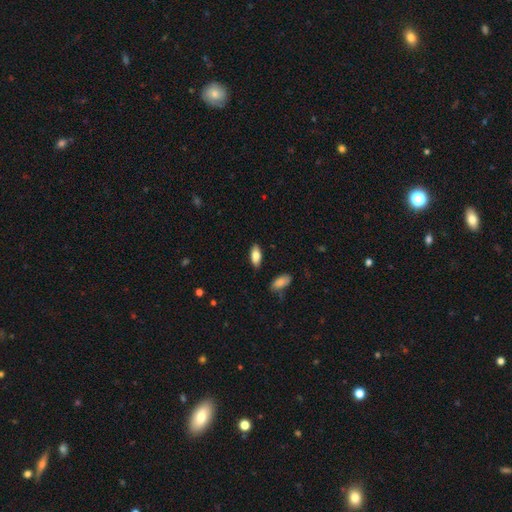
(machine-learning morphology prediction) A smooth galaxy with no disk features (79%) that is in between round and cigar-shaped (83%). Merging: none (87%).